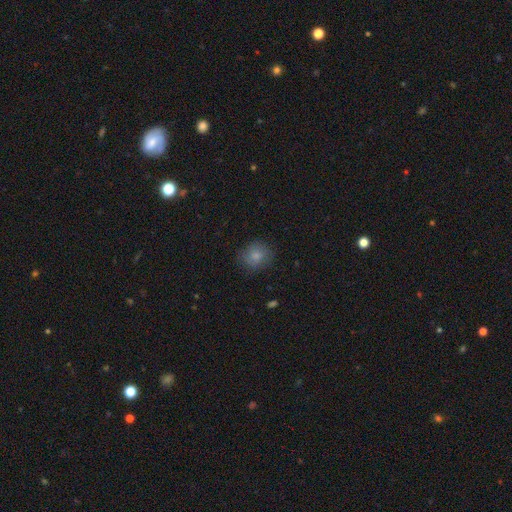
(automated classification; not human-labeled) Smooth or featured: smooth — 82% (featured or disk — 10%)
How rounded: round — 74% (in between — 25%)
Merging: none — 78% (minor disturbance — 16%)